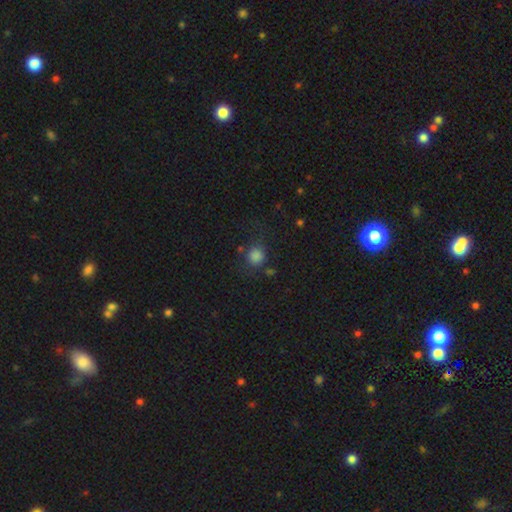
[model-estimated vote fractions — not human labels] smooth 82%, star or artifact 13%, featured or disk 5%. Down the decision tree: how rounded — round (87%); merging — none (69%).